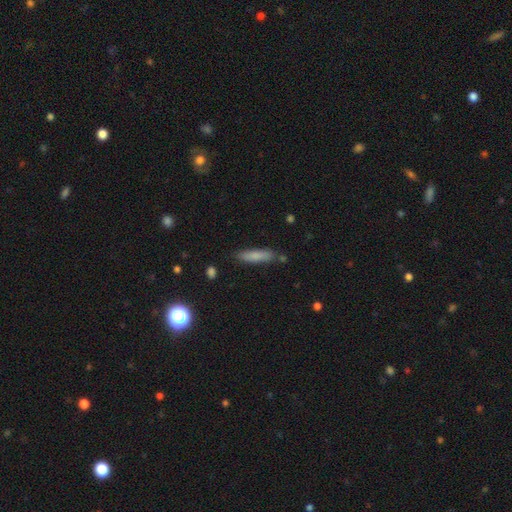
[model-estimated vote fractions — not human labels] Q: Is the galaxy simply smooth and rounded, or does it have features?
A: smooth — 79%.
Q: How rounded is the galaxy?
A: cigar-shaped — 79%.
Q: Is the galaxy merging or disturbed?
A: none — 80%.